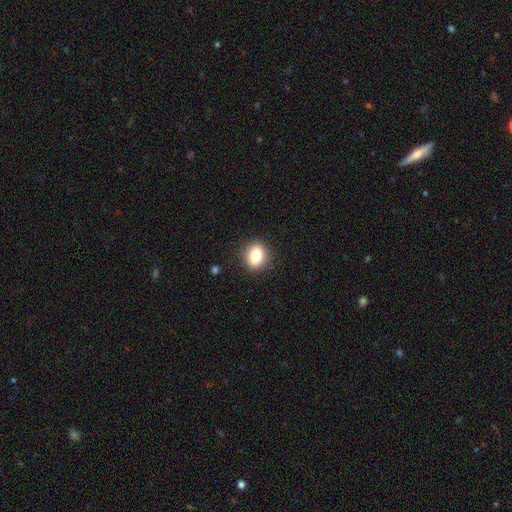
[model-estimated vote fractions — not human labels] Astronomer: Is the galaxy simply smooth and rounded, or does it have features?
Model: smooth — 82%.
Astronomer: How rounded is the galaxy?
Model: round — 51% (runner-up: in between, 47%).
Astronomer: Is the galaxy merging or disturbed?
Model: none — 88%.